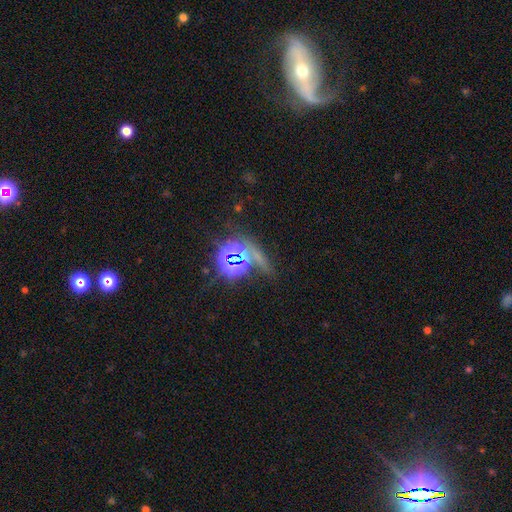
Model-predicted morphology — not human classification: Smooth or featured?
  - star or artifact: 74% *
  - smooth: 15%
  - featured or disk: 12%